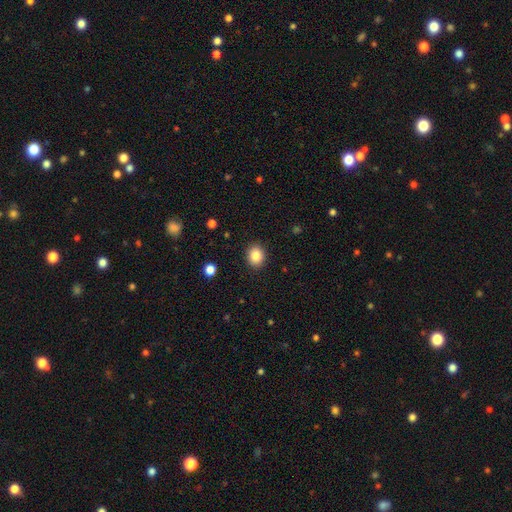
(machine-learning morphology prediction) Overall: smooth (85%). How rounded: round (67%; in between 32%). Merging: none (90%).